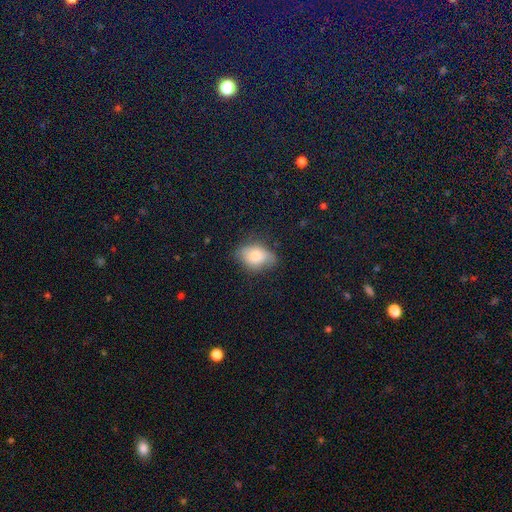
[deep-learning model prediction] smooth-or-featured: smooth: 74% | featured or disk: 18% | star or artifact: 8%
  how-rounded: in between: 85% | round: 13% | cigar-shaped: 2%
  merging: none: 58% | minor disturbance: 31% | major disturbance: 9% | merger: 2%